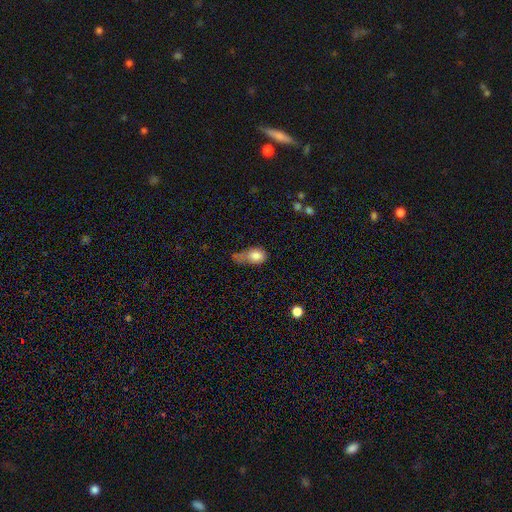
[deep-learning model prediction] Morphology: type=smooth (80%); roundness=in between (71%); merging=major disturbance (33%).